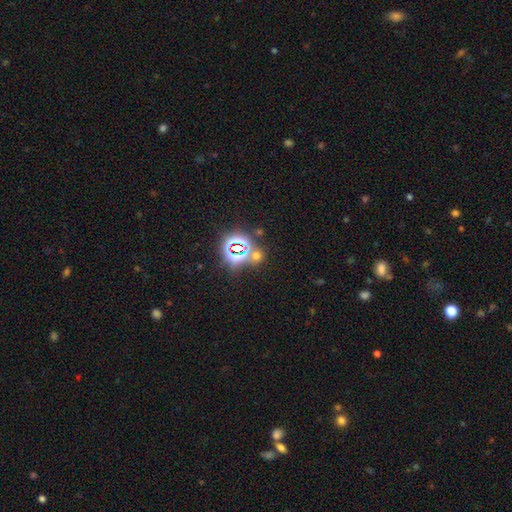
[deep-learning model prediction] star or artifact 55%, smooth 38%, featured or disk 7%.